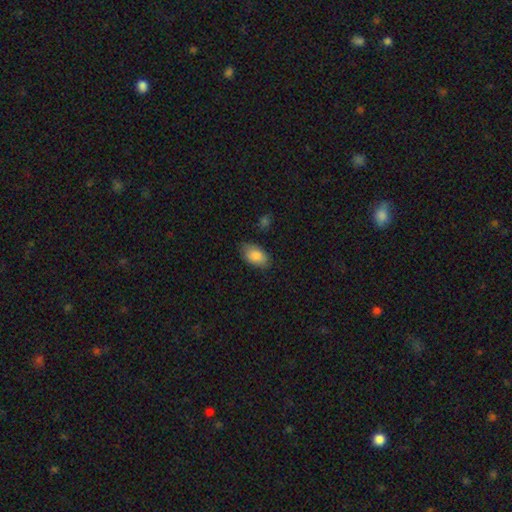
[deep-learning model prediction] The model was most divided on "merging": none: 80%, minor disturbance: 15%, major disturbance: 3%, merger: 1%. More confident: how rounded — in between (93%); smooth or featured — smooth (86%).